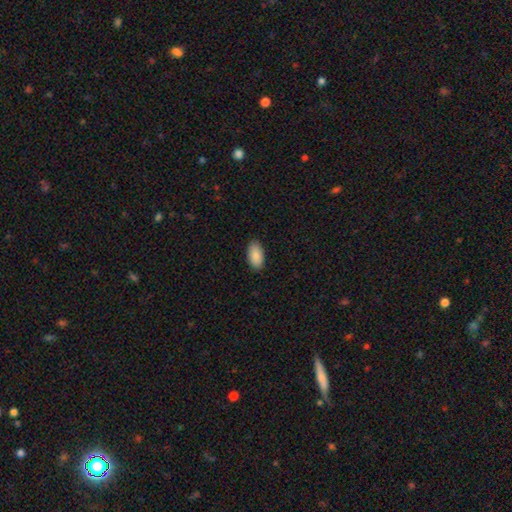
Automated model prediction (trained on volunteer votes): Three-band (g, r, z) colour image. It shows a smooth galaxy with no disk features (90%) that is in between round and cigar-shaped (95%). Merging: none (89%).